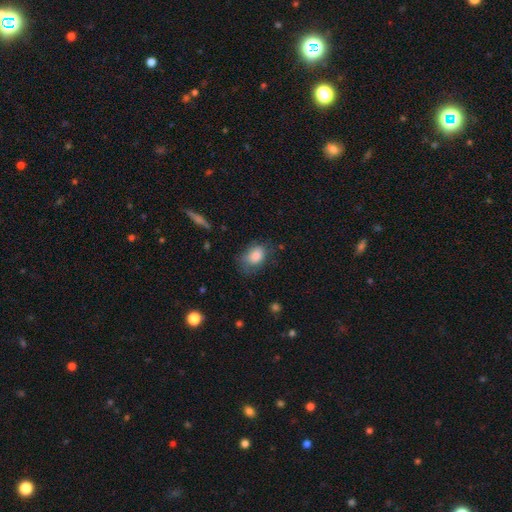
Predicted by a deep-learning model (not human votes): A smooth galaxy with no disk features (83%) that is in between round and cigar-shaped (79%). Merging: none (56%).